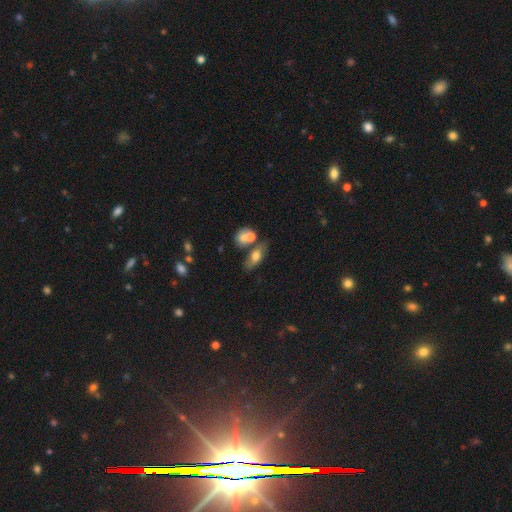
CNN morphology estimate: smooth-or-featured: smooth: 62% | featured or disk: 29% | star or artifact: 9%
  how-rounded: in between: 76% | cigar-shaped: 14% | round: 10%
  merging: none: 46% | merger: 30% | minor disturbance: 17% | major disturbance: 7%